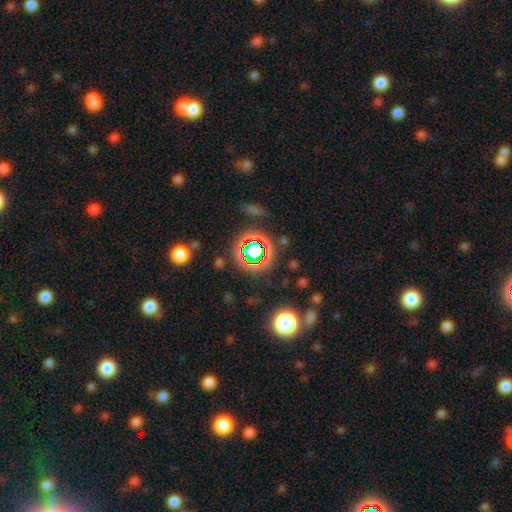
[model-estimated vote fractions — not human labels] This appears to be a star or artifact, not a galaxy (63%).